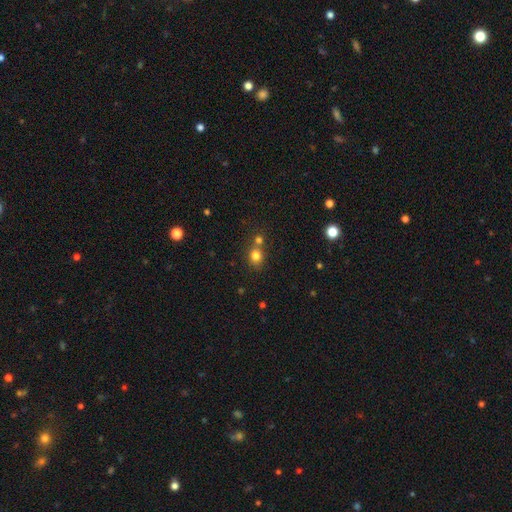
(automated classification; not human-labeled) Smooth or featured? Predicted: smooth (p=0.79). How rounded? Predicted: round (p=0.76). Merging? Predicted: none (p=0.55).